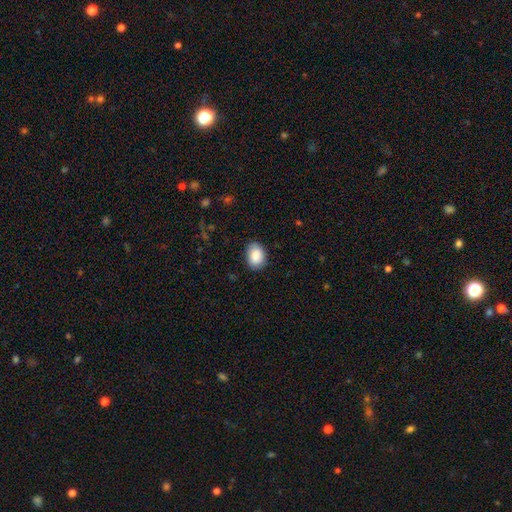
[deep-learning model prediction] Smooth or featured? smooth (89%)
How rounded? in between (79%)
Merging? none (85%)